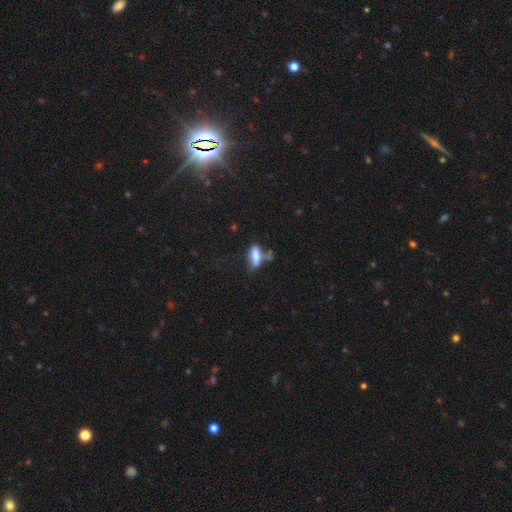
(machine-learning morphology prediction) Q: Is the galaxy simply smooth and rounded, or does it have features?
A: smooth — 74%.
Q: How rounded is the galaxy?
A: in between — 65%.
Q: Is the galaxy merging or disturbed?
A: none — 40%.